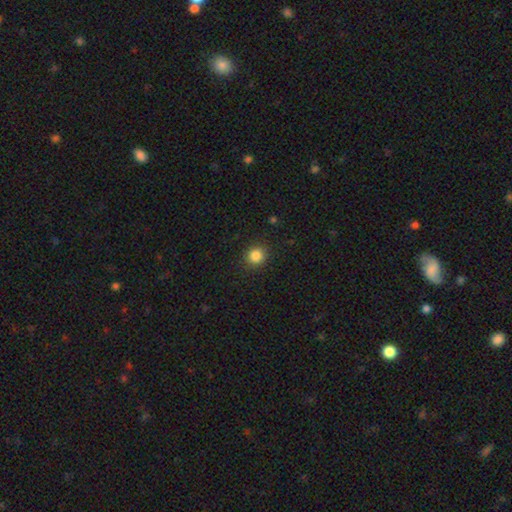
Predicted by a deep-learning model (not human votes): Smooth or featured? Predicted: smooth (p=0.85). How rounded? Predicted: round (p=0.88). Merging? Predicted: none (p=0.90).